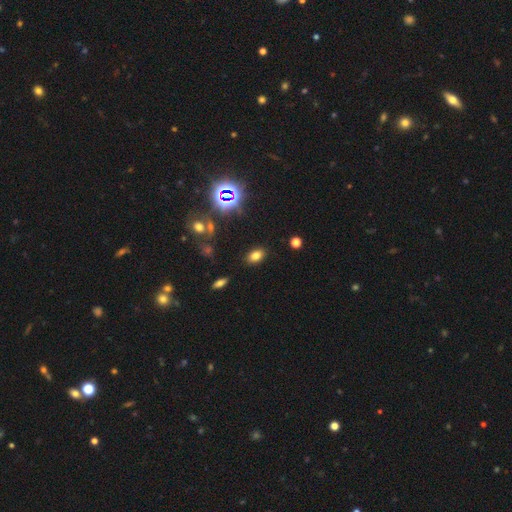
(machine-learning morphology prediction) smooth_or_featured: smooth (p=0.73) [alt: star or artifact p=0.18]
how_rounded: in between (p=0.85) [alt: round p=0.13]
merging: none (p=0.86) [alt: minor disturbance p=0.09]